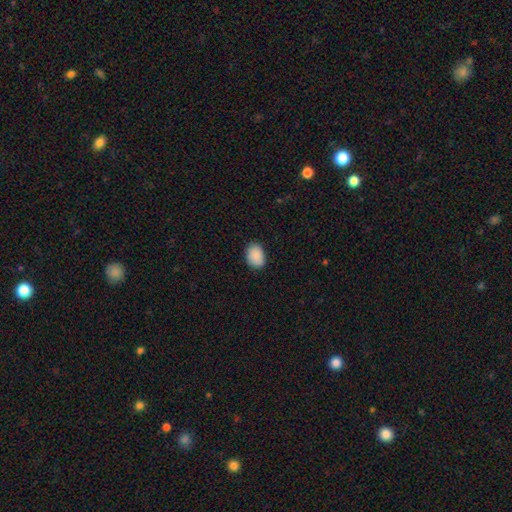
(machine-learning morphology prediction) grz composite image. It shows a smooth galaxy with no disk features (89%) that is in between round and cigar-shaped (70%). Merging: none (82%).